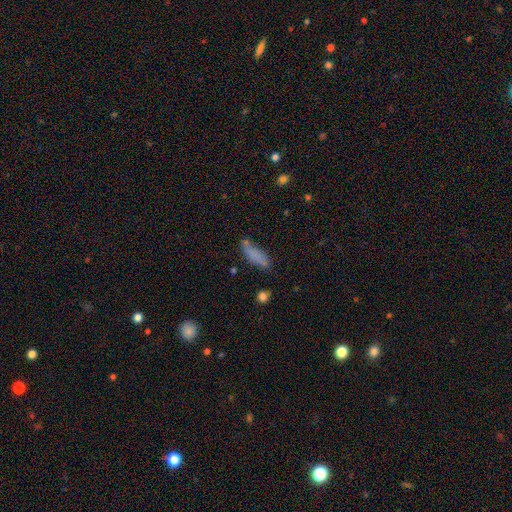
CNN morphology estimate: Smooth or featured: smooth — 78% (featured or disk — 13%)
How rounded: in between — 53% (cigar-shaped — 45%)
Merging: none — 56% (minor disturbance — 27%)